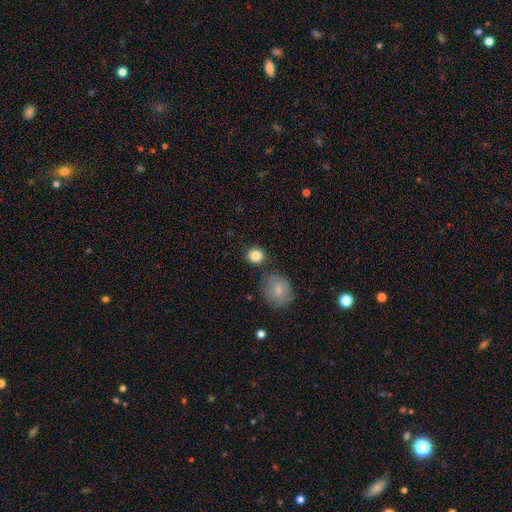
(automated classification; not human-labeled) Smooth or featured?
  - smooth: 85% *
  - star or artifact: 10%
  - featured or disk: 6%
How rounded?
  - round: 87% *
  - in between: 12%
  - cigar-shaped: 1%
Merging?
  - none: 80% *
  - minor disturbance: 10%
  - merger: 7%
  - major disturbance: 3%